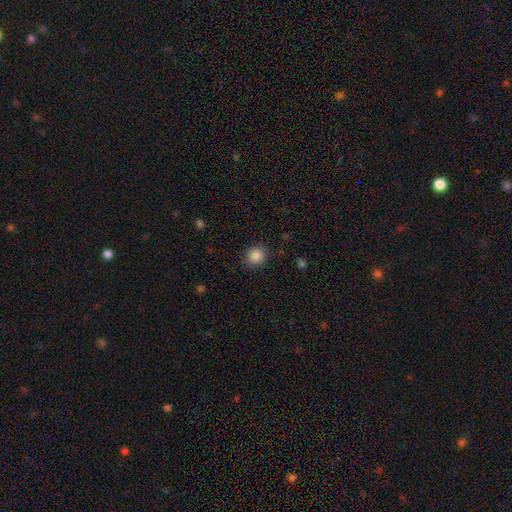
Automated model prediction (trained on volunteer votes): smooth 86%, star or artifact 10%, featured or disk 4%. Down the decision tree: how rounded — round (82%); merging — none (88%).